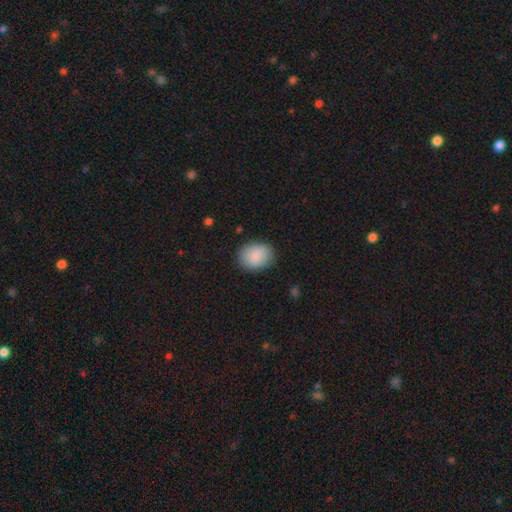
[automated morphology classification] smooth-or-featured: smooth: 87% | star or artifact: 7% | featured or disk: 6%
  how-rounded: in between: 52% | round: 47% | cigar-shaped: 1%
  merging: none: 82% | minor disturbance: 13% | major disturbance: 3% | merger: 1%